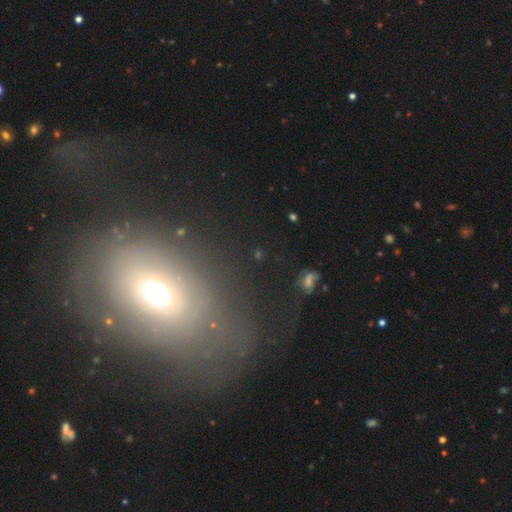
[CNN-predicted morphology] Smooth or featured? smooth (47%)
Merging? none (59%)